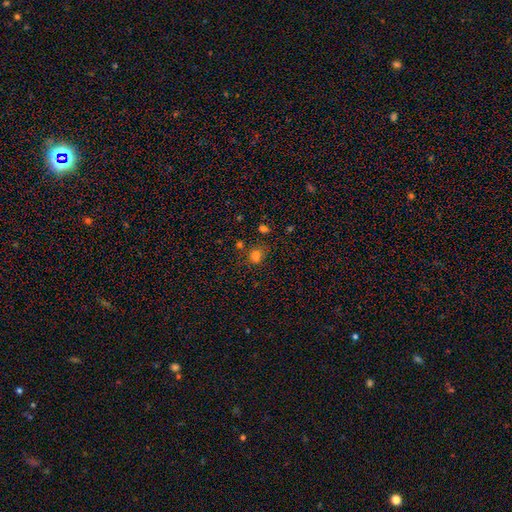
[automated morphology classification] Smooth or featured? Predicted: smooth (p=0.71). How rounded? Predicted: in between (p=0.60). Merging? Predicted: none (p=0.61).